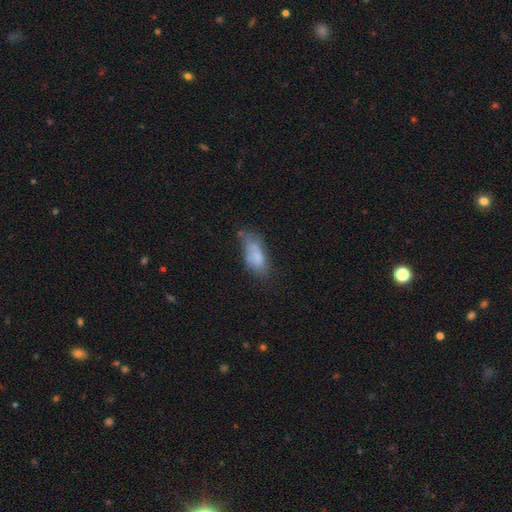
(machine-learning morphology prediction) Q: Smooth or featured?
A: smooth (70%); runner-up: featured or disk (21%)
Q: How rounded?
A: in between (80%); runner-up: cigar-shaped (17%)
Q: Merging?
A: none (38%); runner-up: minor disturbance (33%)